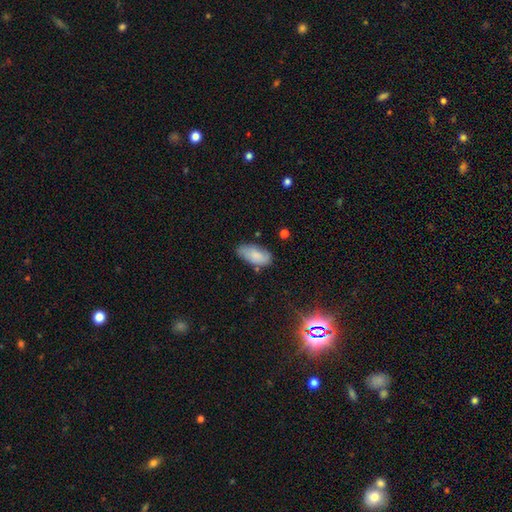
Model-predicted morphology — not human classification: The model was most divided on "merging": none: 68%, minor disturbance: 24%, major disturbance: 5%, merger: 3%. More confident: how rounded — in between (92%); smooth or featured — smooth (81%).